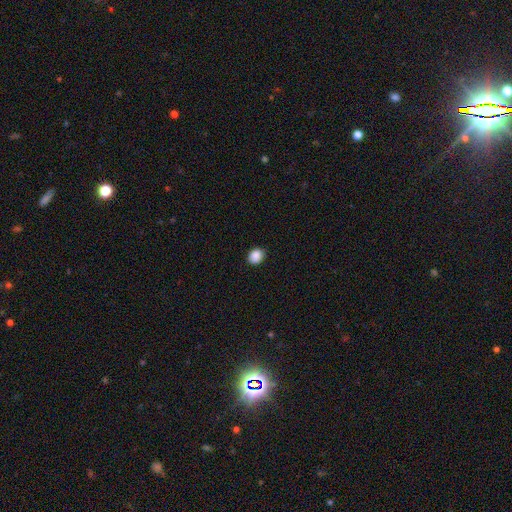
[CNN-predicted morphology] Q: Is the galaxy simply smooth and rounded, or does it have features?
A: smooth — 88%.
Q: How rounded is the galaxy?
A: round — 61%.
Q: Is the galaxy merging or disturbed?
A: none — 87%.